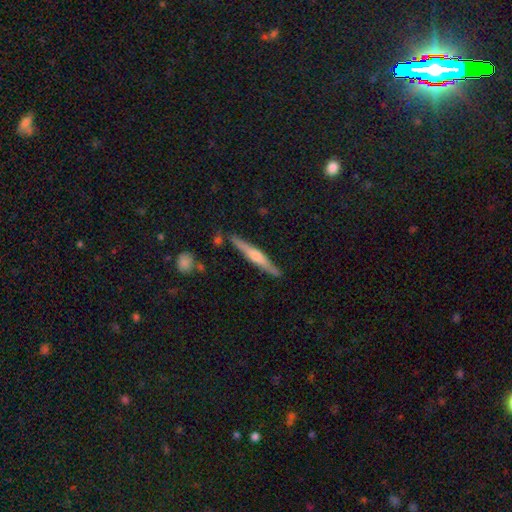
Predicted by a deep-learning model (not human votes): Smooth or featured? Predicted: featured or disk (p=0.61). Edge-on disk? Predicted: yes (p=0.97). Edge-on bulge? Predicted: rounded (p=0.73). Merging? Predicted: none (p=0.86).